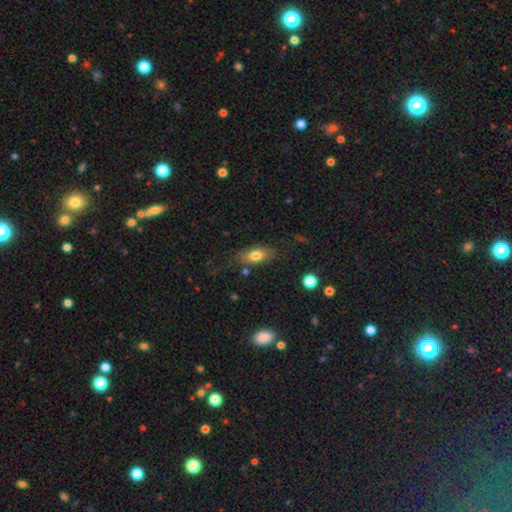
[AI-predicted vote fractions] Q: Smooth or featured?
A: smooth (75%); runner-up: featured or disk (16%)
Q: How rounded?
A: in between (82%); runner-up: cigar-shaped (11%)
Q: Merging?
A: none (74%); runner-up: minor disturbance (17%)